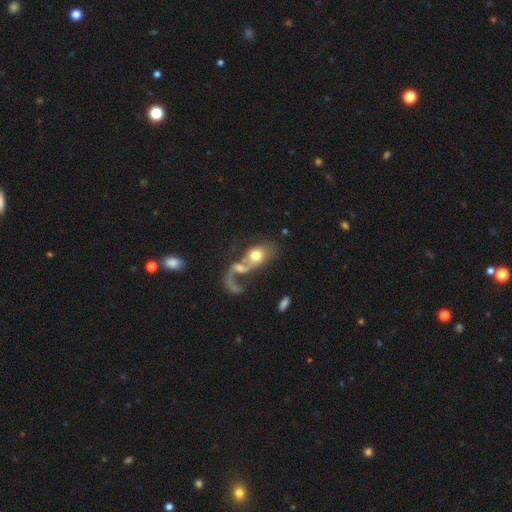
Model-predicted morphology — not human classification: smooth-or-featured: smooth: 46% | featured or disk: 45% | star or artifact: 10%
  merging: merger: 55% | major disturbance: 25% | none: 14% | minor disturbance: 6%